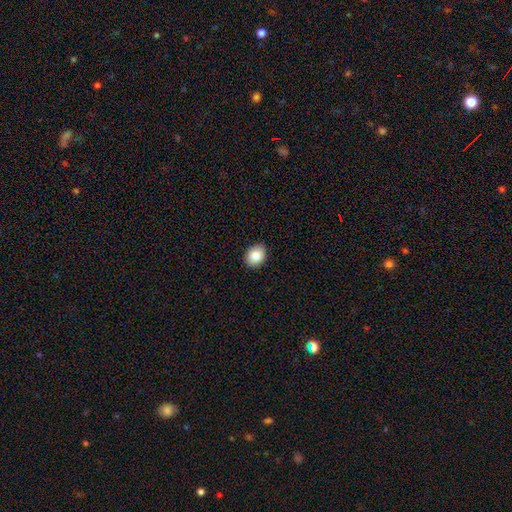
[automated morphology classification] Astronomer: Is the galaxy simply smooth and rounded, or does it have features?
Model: smooth — 85%.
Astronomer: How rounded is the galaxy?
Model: in between — 53% (runner-up: round, 46%).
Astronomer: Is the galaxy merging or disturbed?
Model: none — 86%.